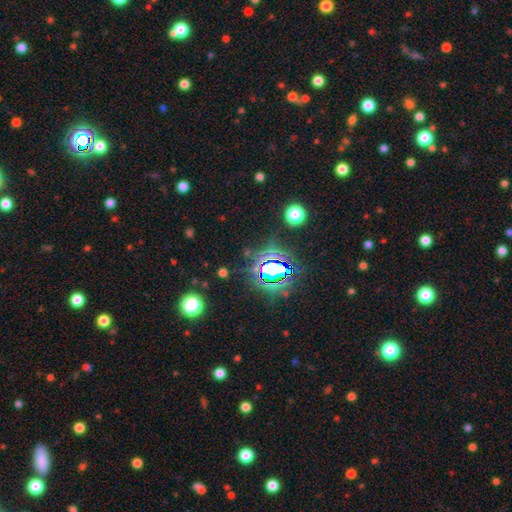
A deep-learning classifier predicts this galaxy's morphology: smooth_or_featured: star or artifact (p=0.80) [alt: smooth p=0.13]